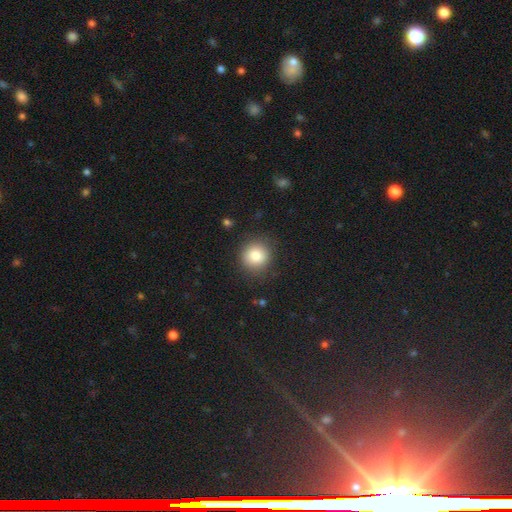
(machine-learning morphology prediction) Q: Smooth or featured?
A: smooth (84%); runner-up: star or artifact (10%)
Q: How rounded?
A: round (89%); runner-up: in between (10%)
Q: Merging?
A: none (86%); runner-up: minor disturbance (10%)